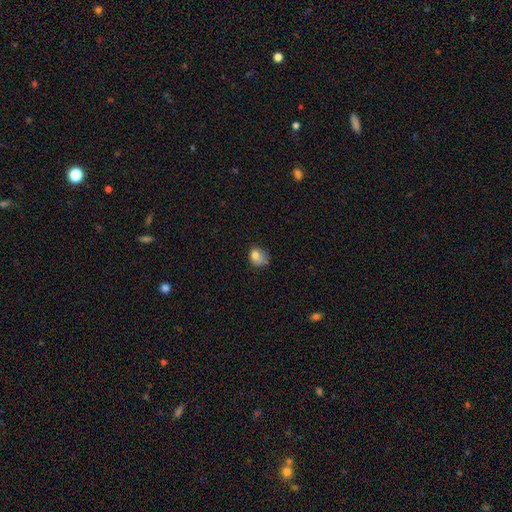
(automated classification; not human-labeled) The model was most divided on "merging": none: 44%, minor disturbance: 33%, major disturbance: 17%, merger: 6%. More confident: smooth or featured — smooth (77%); how rounded — round (56%).